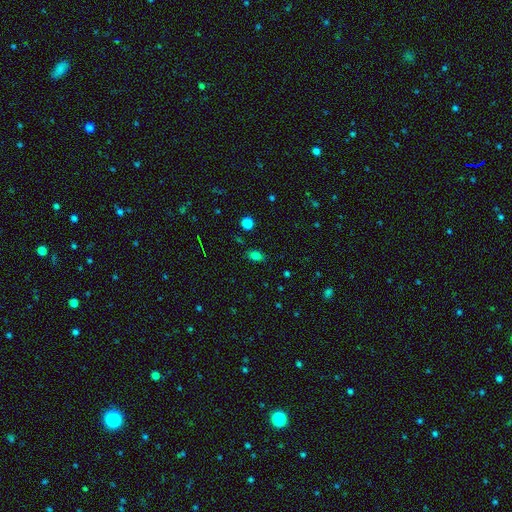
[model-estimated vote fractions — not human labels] Smooth or featured?
  - smooth: 77% *
  - star or artifact: 17%
  - featured or disk: 6%
How rounded?
  - in between: 80% *
  - round: 17%
  - cigar-shaped: 3%
Merging?
  - none: 82% *
  - minor disturbance: 13%
  - major disturbance: 3%
  - merger: 2%